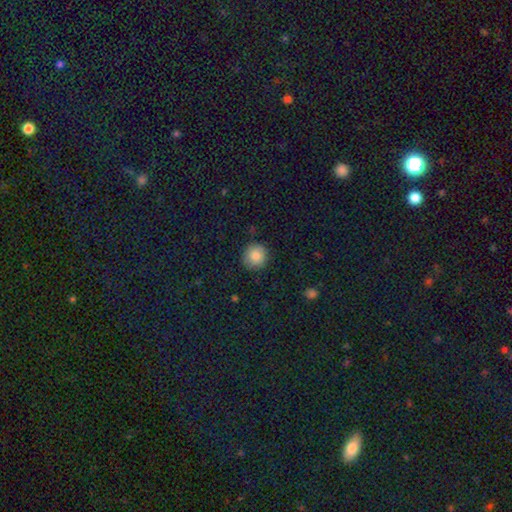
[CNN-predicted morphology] type=smooth (85%); roundness=round (92%); merging=none (89%).